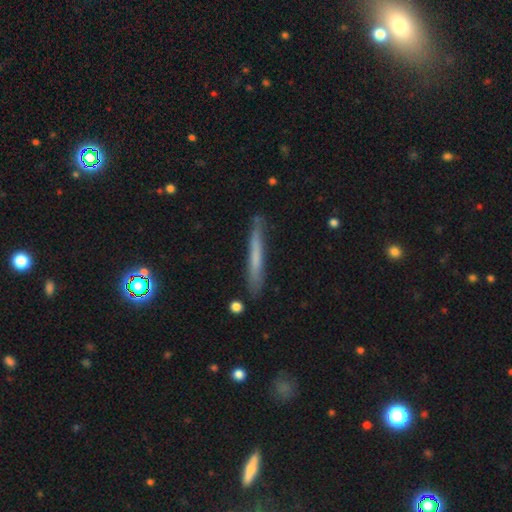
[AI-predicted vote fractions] This appears to be a smooth galaxy with no disk features (55%) that is cigar-shaped (96%). Merging: none (80%).